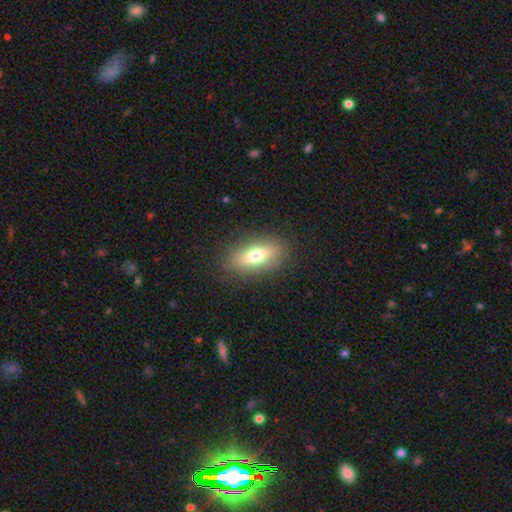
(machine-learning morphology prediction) Smooth or featured? smooth (68%)
How rounded? in between (75%)
Merging? none (86%)